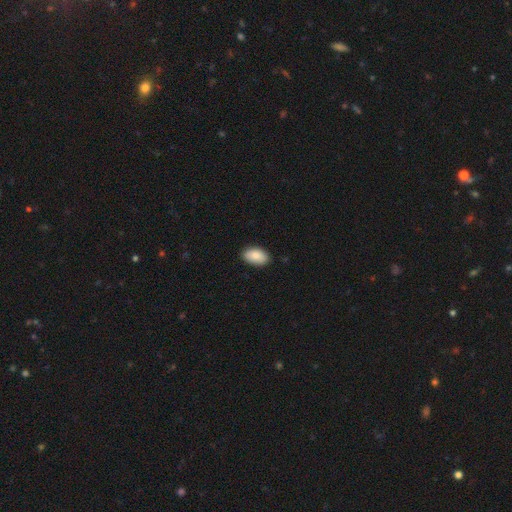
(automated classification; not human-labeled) smooth_or_featured: smooth (p=0.88) [alt: star or artifact p=0.06]
how_rounded: in between (p=0.94) [alt: round p=0.05]
merging: none (p=0.88) [alt: minor disturbance p=0.10]